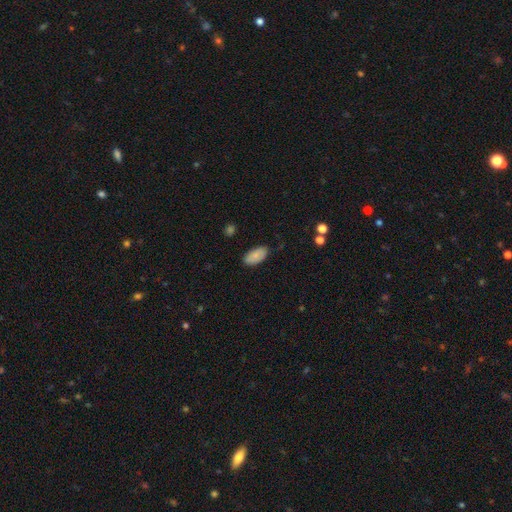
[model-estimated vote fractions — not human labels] Smooth or featured: smooth — 85% (featured or disk — 9%)
How rounded: in between — 94% (cigar-shaped — 3%)
Merging: none — 82% (minor disturbance — 14%)